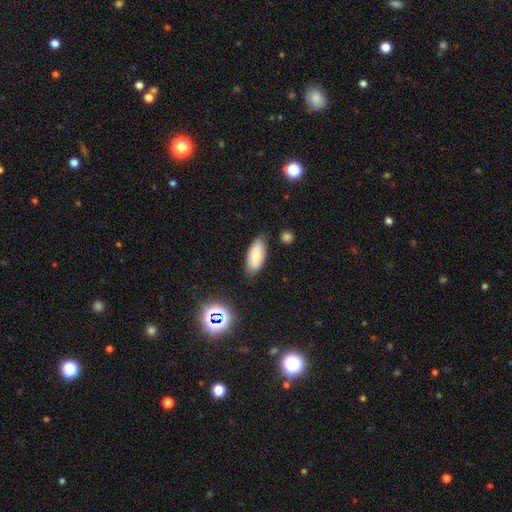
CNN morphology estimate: Smooth or featured? Predicted: smooth (p=0.78). How rounded? Predicted: in between (p=0.83). Merging? Predicted: none (p=0.82).